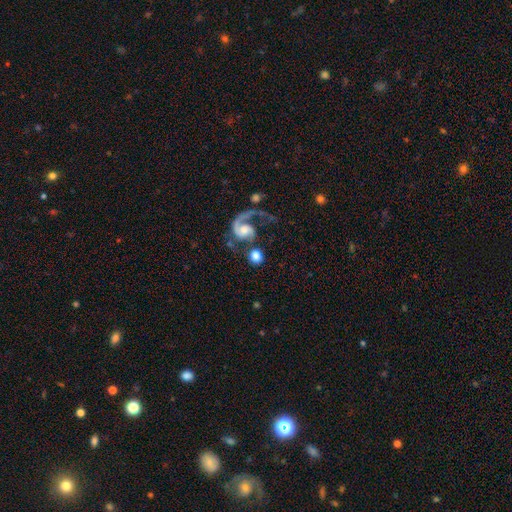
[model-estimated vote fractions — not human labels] Smooth or featured?
  - smooth: 51% *
  - featured or disk: 41%
  - star or artifact: 8%
How rounded?
  - round: 82% *
  - in between: 17%
  - cigar-shaped: 2%
Merging?
  - none: 51% *
  - merger: 25%
  - major disturbance: 14%
  - minor disturbance: 10%